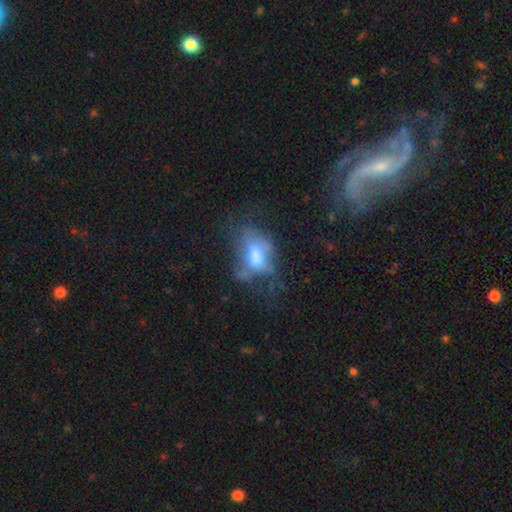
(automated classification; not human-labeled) smooth_or_featured: smooth (p=0.49) [alt: featured or disk p=0.39]
merging: major disturbance (p=0.40) [alt: none p=0.31]